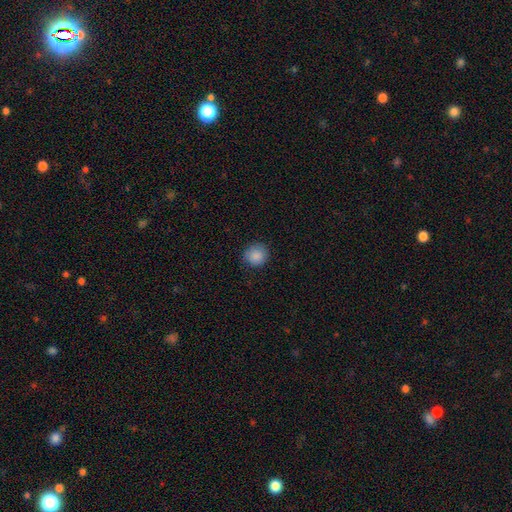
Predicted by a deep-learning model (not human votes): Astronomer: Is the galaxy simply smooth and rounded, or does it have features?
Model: smooth — 88%.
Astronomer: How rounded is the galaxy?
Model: round — 90%.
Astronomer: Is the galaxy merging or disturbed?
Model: none — 85%.